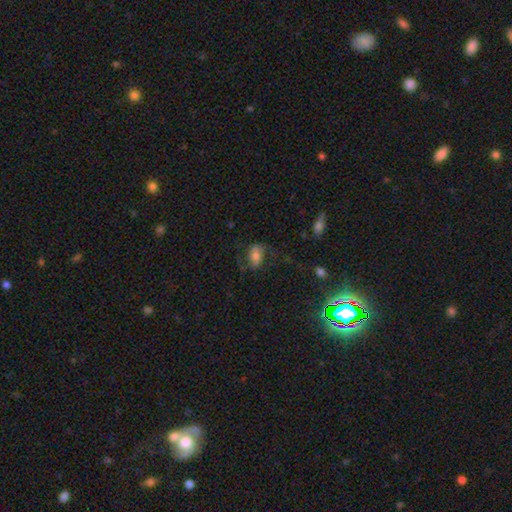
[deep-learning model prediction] smooth-or-featured: smooth: 56% | featured or disk: 33% | star or artifact: 11%
  how-rounded: in between: 76% | round: 22% | cigar-shaped: 2%
  merging: none: 60% | minor disturbance: 20% | major disturbance: 18% | merger: 2%